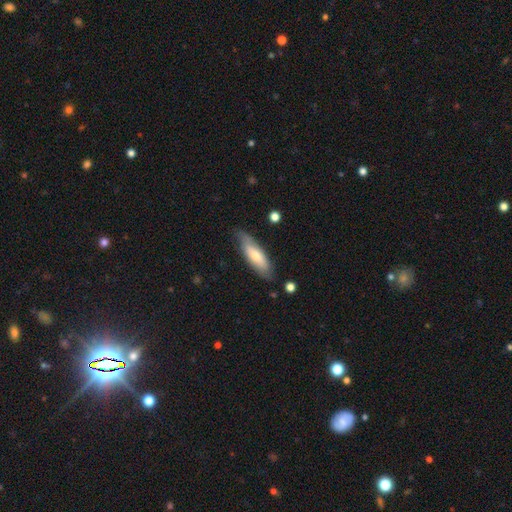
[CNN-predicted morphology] Smooth or featured?
  - smooth: 62% *
  - featured or disk: 33%
  - star or artifact: 5%
How rounded?
  - in between: 53% *
  - cigar-shaped: 46%
  - round: 2%
Merging?
  - none: 75% *
  - minor disturbance: 19%
  - major disturbance: 4%
  - merger: 2%